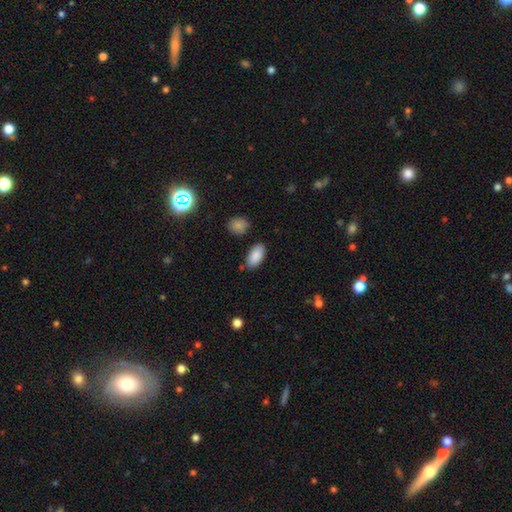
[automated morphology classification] This is clearly a smooth galaxy (88%). How rounded: clearly in between (93%). Merging: clearly none (82%).